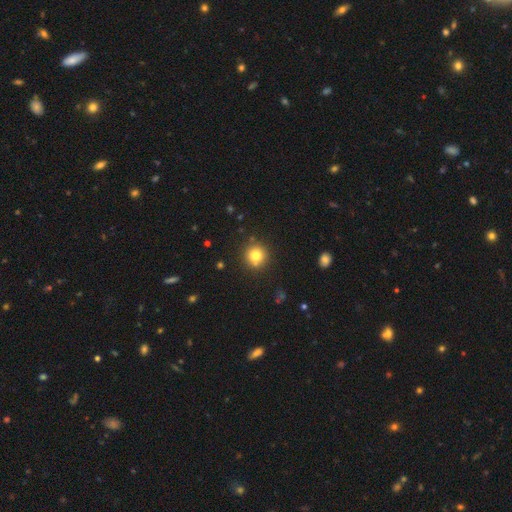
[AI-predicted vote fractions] The model was most divided on "smooth or featured": smooth: 79%, star or artifact: 13%, featured or disk: 8%. More confident: how rounded — round (93%); merging — none (86%).